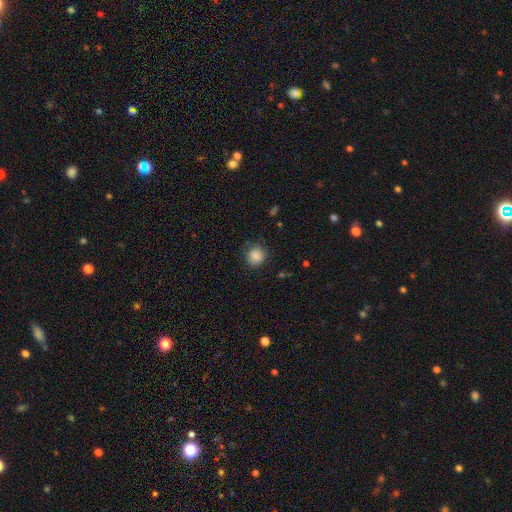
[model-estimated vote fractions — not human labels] A smooth galaxy with no disk features (87%) that is round (87%). Merging: none (80%).